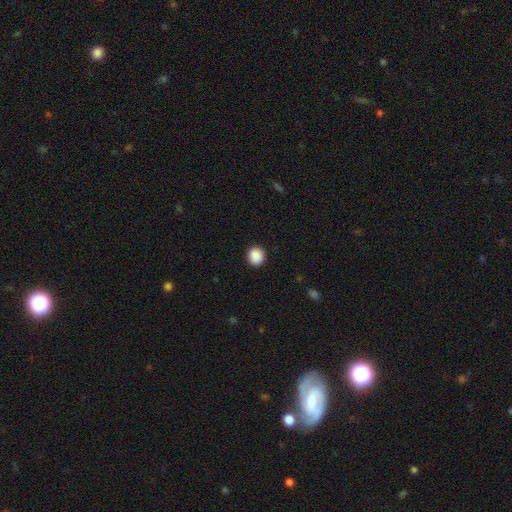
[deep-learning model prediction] This appears to be a smooth galaxy with no disk features (89%) that is round (83%). Merging: none (91%).